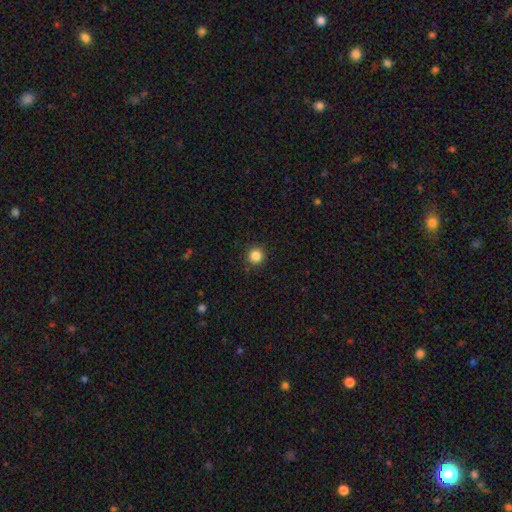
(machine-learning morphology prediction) A smooth galaxy with no disk features (85%) that is round (95%). Merging: none (92%).